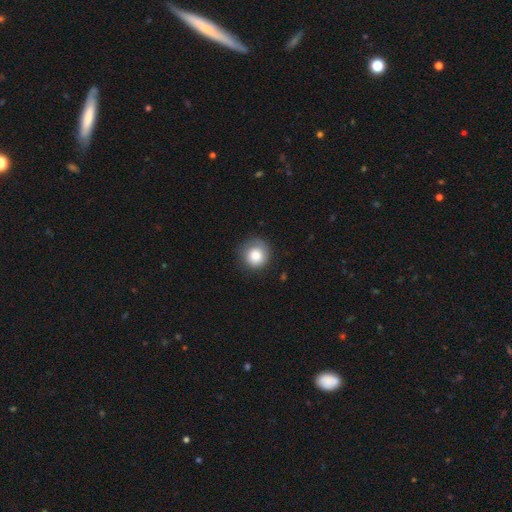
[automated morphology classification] This is clearly a smooth galaxy (82%). How rounded: clearly round (92%). Merging: likely none (74%).